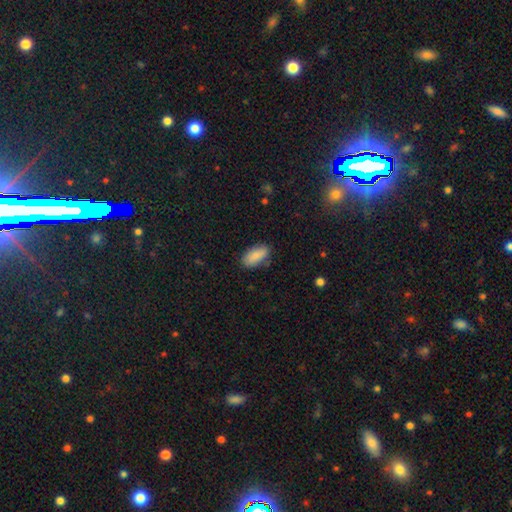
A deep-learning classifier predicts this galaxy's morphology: A smooth galaxy with no disk features (87%) that is in between round and cigar-shaped (89%).

Vote fractions:
- Smooth or featured? smooth: 87% / star or artifact: 7% / featured or disk: 6%
- How rounded? in between: 89% / cigar-shaped: 9% / round: 2%
- Merging? none: 80% / minor disturbance: 15% / major disturbance: 3% / merger: 2%